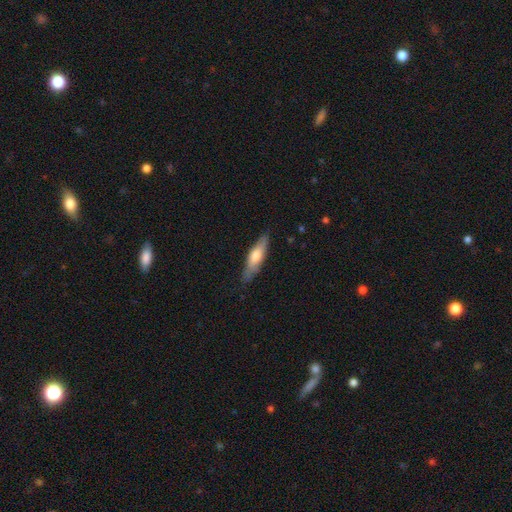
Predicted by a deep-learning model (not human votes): smooth-or-featured: smooth: 62% | featured or disk: 33% | star or artifact: 5%
  how-rounded: cigar-shaped: 65% | in between: 33% | round: 2%
  merging: none: 78% | minor disturbance: 17% | major disturbance: 3% | merger: 1%